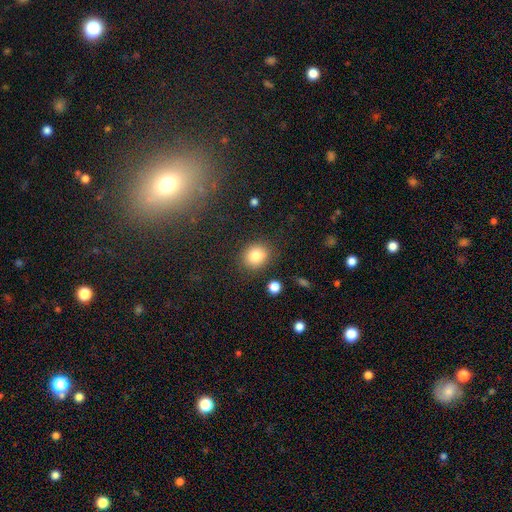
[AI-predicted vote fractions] Smooth or featured?
  - smooth: 82% *
  - star or artifact: 10%
  - featured or disk: 8%
How rounded?
  - round: 75% *
  - in between: 24%
  - cigar-shaped: 1%
Merging?
  - none: 85% *
  - minor disturbance: 9%
  - major disturbance: 3%
  - merger: 3%